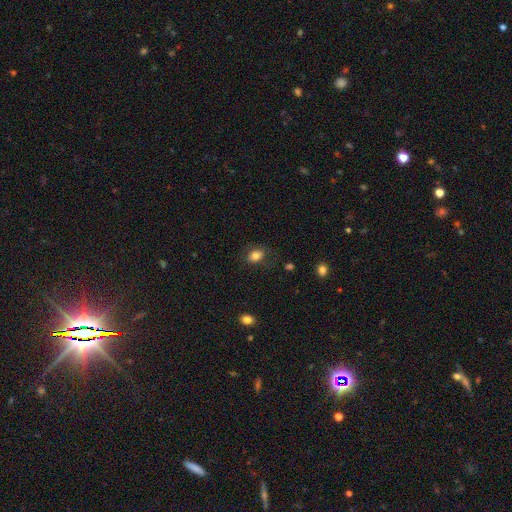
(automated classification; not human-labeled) Smooth or featured? smooth (78%)
How rounded? in between (79%)
Merging? none (71%)